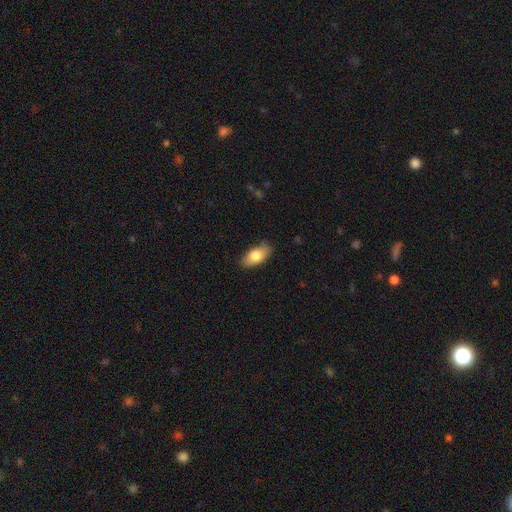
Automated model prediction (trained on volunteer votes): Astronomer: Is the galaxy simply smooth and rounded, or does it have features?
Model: smooth — 80%.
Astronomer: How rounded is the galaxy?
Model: in between — 90%.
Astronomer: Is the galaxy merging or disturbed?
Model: none — 81%.